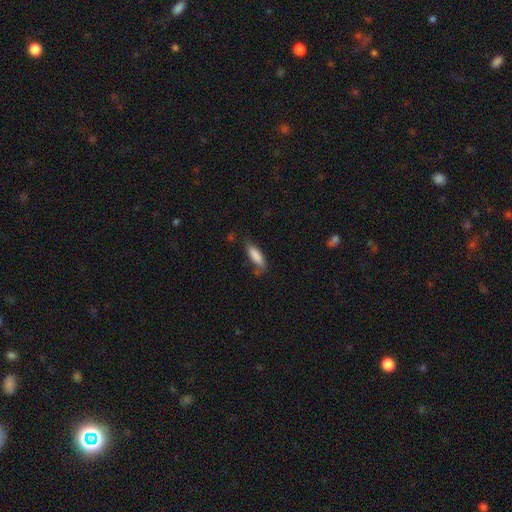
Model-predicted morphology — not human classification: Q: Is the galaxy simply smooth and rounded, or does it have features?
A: smooth — 84%.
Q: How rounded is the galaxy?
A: in between — 53%.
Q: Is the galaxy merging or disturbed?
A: none — 62%.